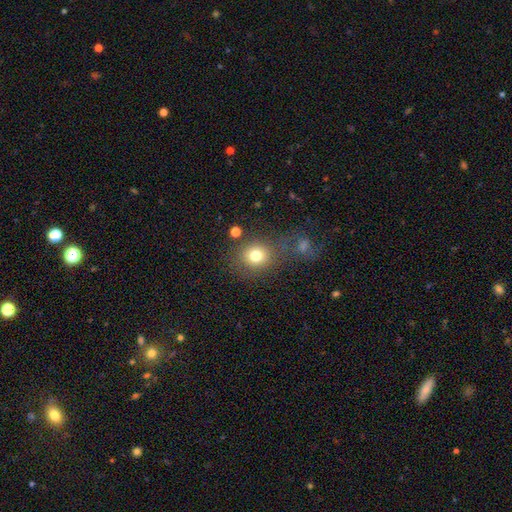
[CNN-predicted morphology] This appears to be a smooth galaxy with no disk features (78%) that is round (80%). Merging: none (66%).